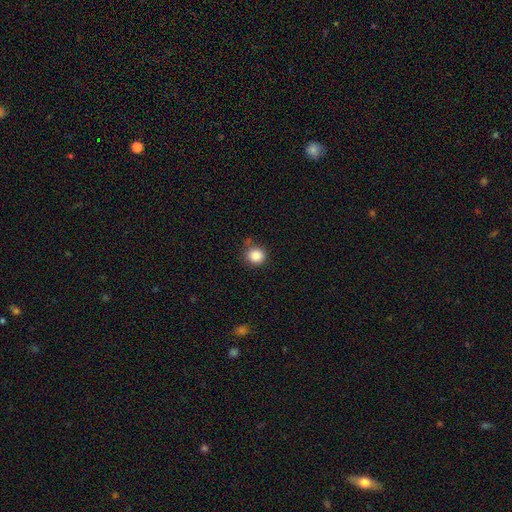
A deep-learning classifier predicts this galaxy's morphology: smooth 87%, star or artifact 10%, featured or disk 4%. Down the decision tree: how rounded — round (87%); merging — none (78%).